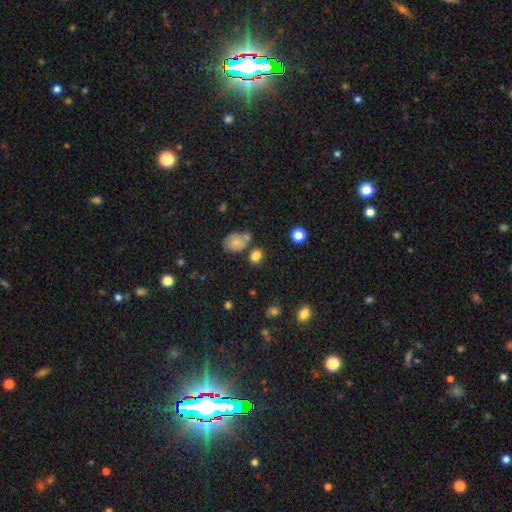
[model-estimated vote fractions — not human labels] Overall: smooth (77%). How rounded: in between (53%; round 46%). Merging: none (63%).